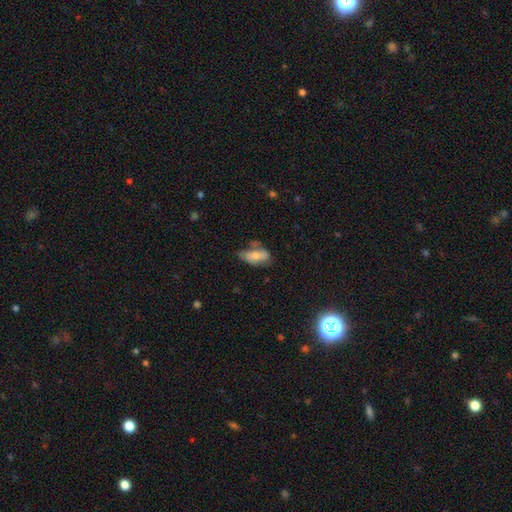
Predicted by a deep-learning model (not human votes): A smooth galaxy with no disk features (60%) that is in between round and cigar-shaped (86%). Merging: none (45%).